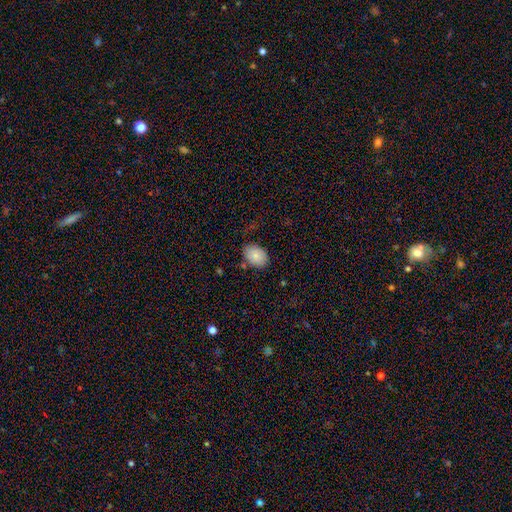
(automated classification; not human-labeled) The model was most divided on "merging": none: 75%, minor disturbance: 17%, major disturbance: 4%, merger: 3%. More confident: smooth or featured — smooth (83%); how rounded — in between (79%).